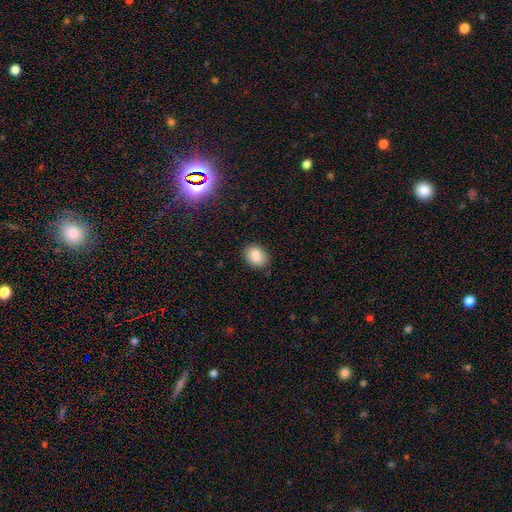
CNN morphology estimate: This appears to be a smooth galaxy with no disk features (85%) that is in between round and cigar-shaped (67%). Merging: none (84%).